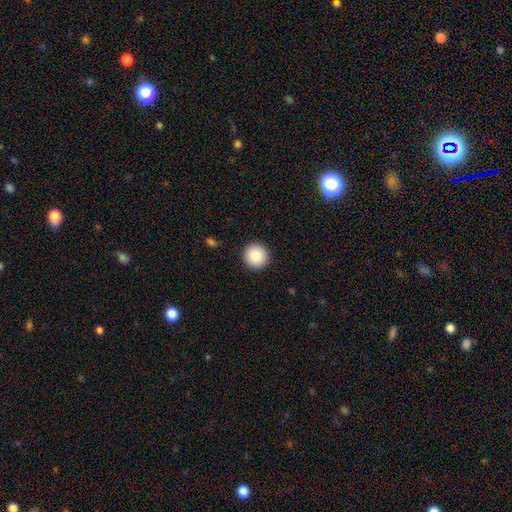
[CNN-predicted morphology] This is clearly a smooth galaxy (87%). How rounded: clearly round (96%). Merging: clearly none (93%).